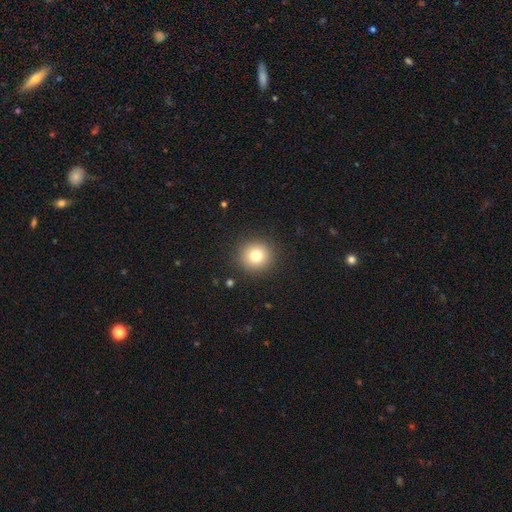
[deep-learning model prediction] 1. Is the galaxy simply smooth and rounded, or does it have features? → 78% smooth, 12% star or artifact, 10% featured or disk.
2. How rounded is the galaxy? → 93% round, 6% in between, 1% cigar-shaped.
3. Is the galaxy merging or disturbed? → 91% none, 6% minor disturbance, 2% major disturbance, 1% merger.